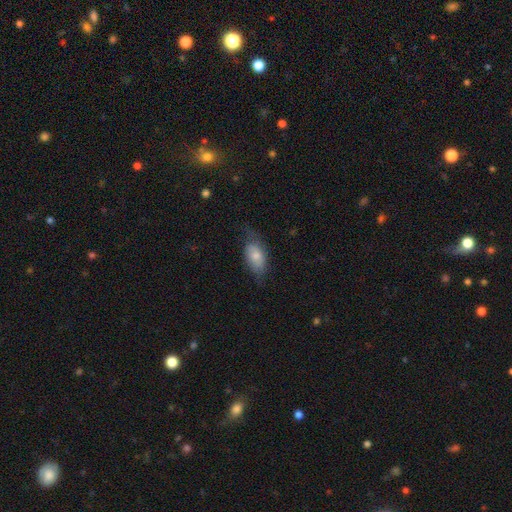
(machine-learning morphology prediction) The model was most divided on "merging": none: 55%, minor disturbance: 30%, major disturbance: 14%, merger: 1%. More confident: how rounded — in between (91%); smooth or featured — smooth (69%).